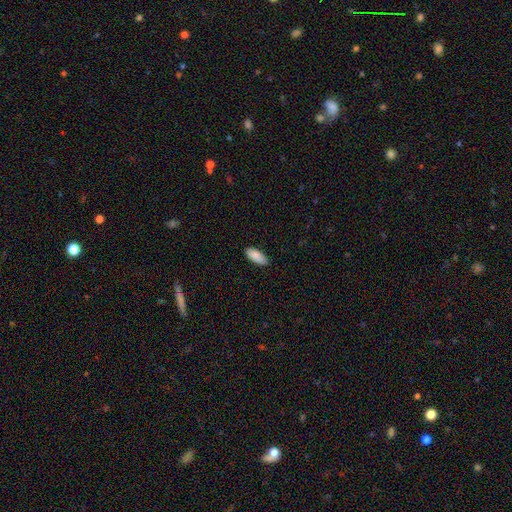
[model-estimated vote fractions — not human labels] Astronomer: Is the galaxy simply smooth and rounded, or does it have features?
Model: smooth — 88%.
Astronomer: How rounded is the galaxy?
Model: in between — 85%.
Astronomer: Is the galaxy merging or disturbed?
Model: none — 85%.